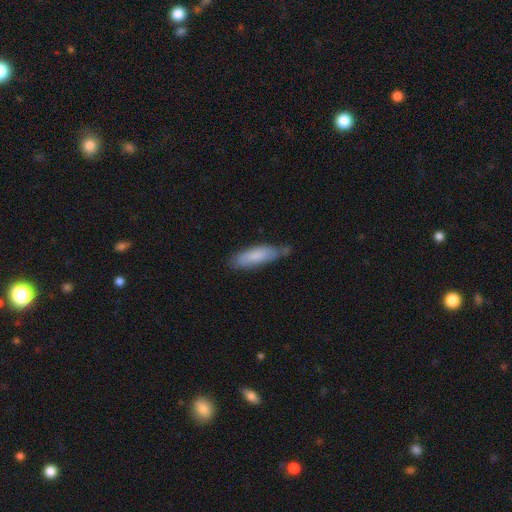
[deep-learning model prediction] The model was most divided on "how rounded": cigar-shaped: 54%, in between: 45%, round: 1%. More confident: smooth or featured — smooth (79%); merging — none (61%).